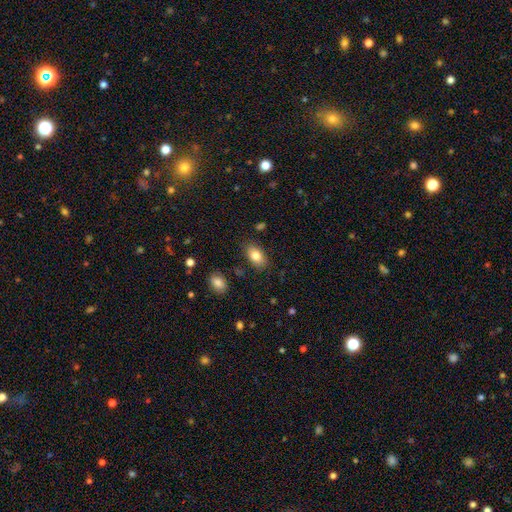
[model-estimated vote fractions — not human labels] A smooth galaxy with no disk features (82%) that is in between round and cigar-shaped (91%). Merging: none (84%).